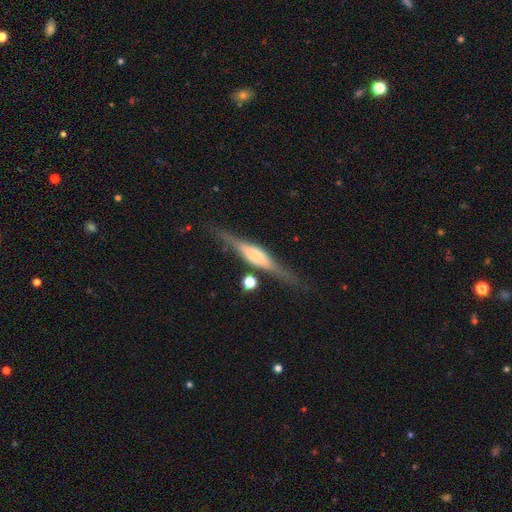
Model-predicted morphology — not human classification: smooth_or_featured: featured or disk (p=0.76) [alt: smooth p=0.18]
disk_edge_on: yes (p=0.97) [alt: no p=0.03]
edge_on_bulge: rounded (p=0.64) [alt: boxy p=0.31]
merging: none (p=0.80) [alt: minor disturbance p=0.13]